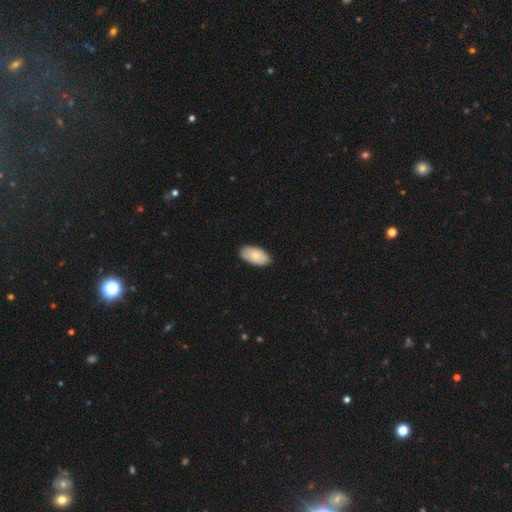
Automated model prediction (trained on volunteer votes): This is likely a smooth galaxy (78%). How rounded: clearly in between (95%). Merging: clearly none (86%).